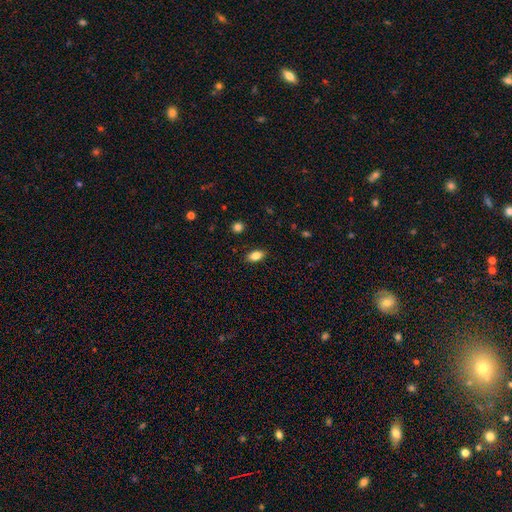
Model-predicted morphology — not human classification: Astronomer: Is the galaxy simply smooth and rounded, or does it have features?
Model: smooth — 84%.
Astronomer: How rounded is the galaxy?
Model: in between — 89%.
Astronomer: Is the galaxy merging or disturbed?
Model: none — 88%.